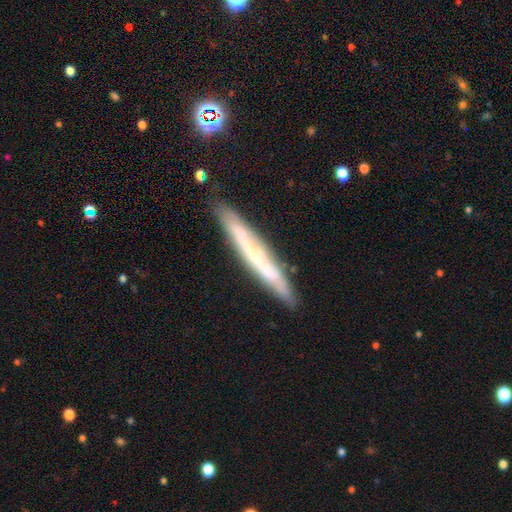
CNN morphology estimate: Q: Smooth or featured?
A: featured or disk (54%); runner-up: smooth (38%)
Q: Edge-on disk?
A: yes (84%); runner-up: no (16%)
Q: Merging?
A: none (83%); runner-up: minor disturbance (13%)